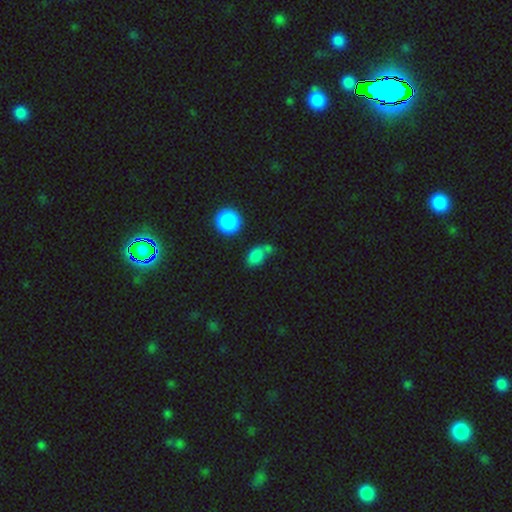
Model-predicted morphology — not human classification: This is clearly a smooth galaxy (81%). How rounded: likely in between (73%). Merging: possibly none (51%).